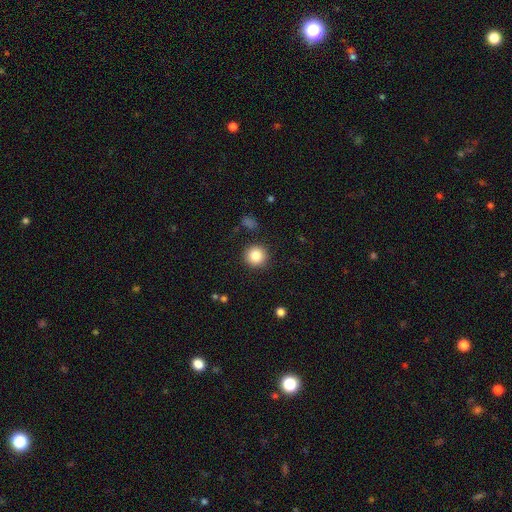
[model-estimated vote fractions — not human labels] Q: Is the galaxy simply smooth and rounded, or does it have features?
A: smooth — 85%.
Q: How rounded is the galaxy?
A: round — 94%.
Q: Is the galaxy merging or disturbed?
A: none — 90%.